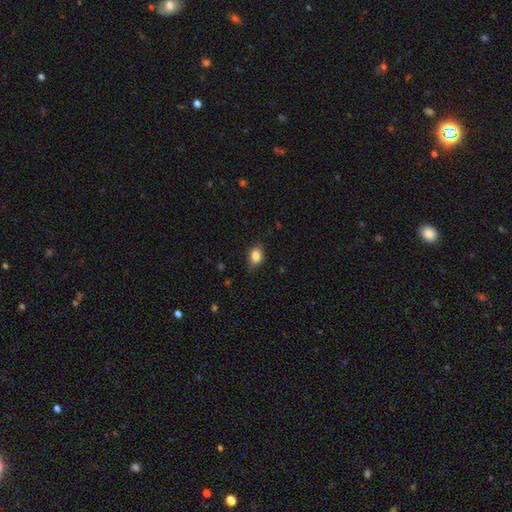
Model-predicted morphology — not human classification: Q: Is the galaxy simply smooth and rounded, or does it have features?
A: smooth — 84%.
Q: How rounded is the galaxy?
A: in between — 74%.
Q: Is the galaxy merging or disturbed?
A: none — 75%.